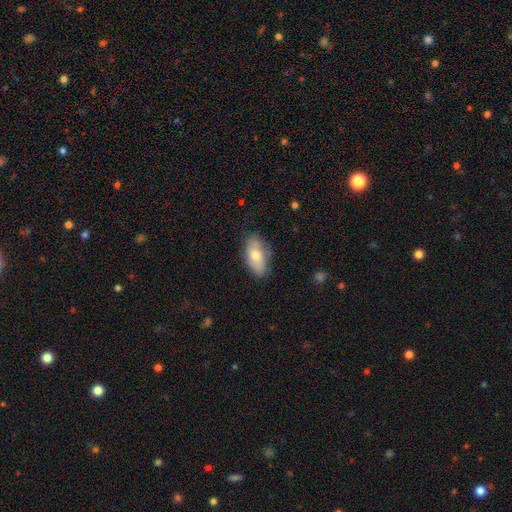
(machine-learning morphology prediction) Smooth or featured? smooth (73%)
How rounded? in between (90%)
Merging? none (77%)